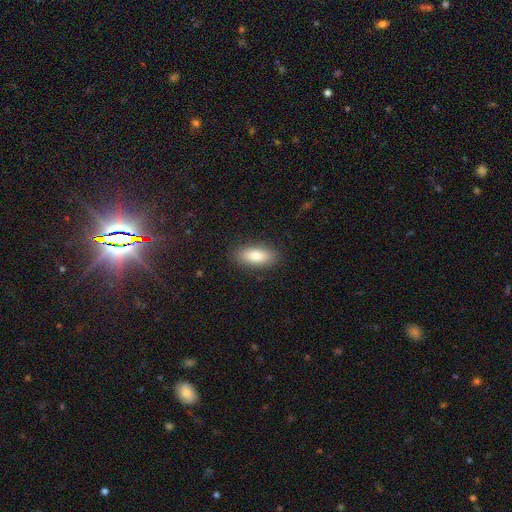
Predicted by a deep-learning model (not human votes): Smooth or featured: smooth — 83% (featured or disk — 10%)
How rounded: in between — 80% (cigar-shaped — 18%)
Merging: none — 88% (minor disturbance — 8%)